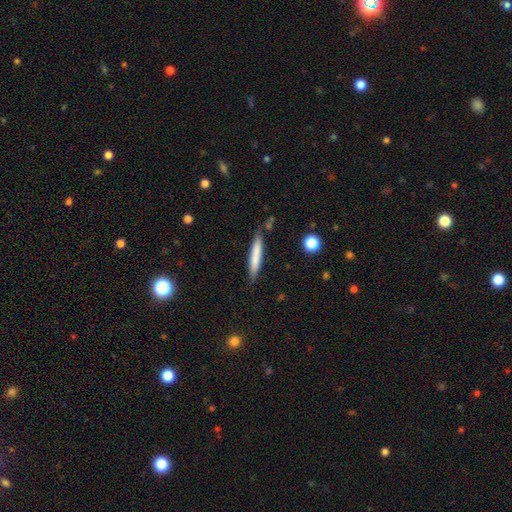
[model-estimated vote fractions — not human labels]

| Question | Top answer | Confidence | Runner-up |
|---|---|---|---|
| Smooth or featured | smooth | 71% | featured or disk (23%) |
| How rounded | cigar-shaped | 93% | in between (6%) |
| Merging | none | 81% | minor disturbance (14%) |